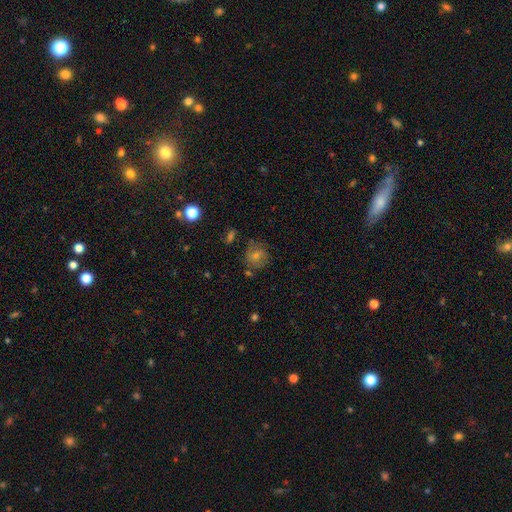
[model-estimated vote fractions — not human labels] Smooth or featured: featured or disk — 42% (smooth — 37%)
Merging: none — 74% (minor disturbance — 16%)